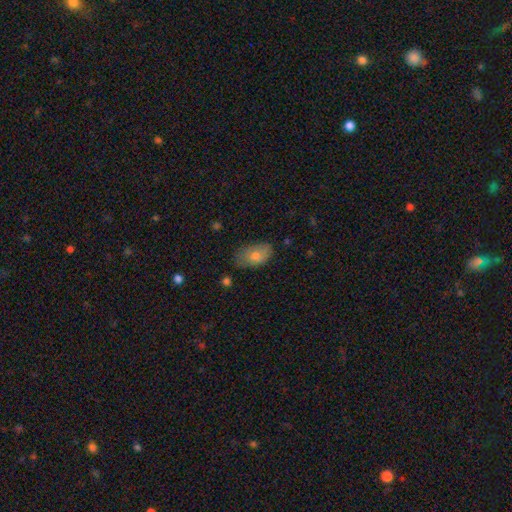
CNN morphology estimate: Smooth or featured? Predicted: smooth (p=0.74). How rounded? Predicted: in between (p=0.92). Merging? Predicted: none (p=0.71).